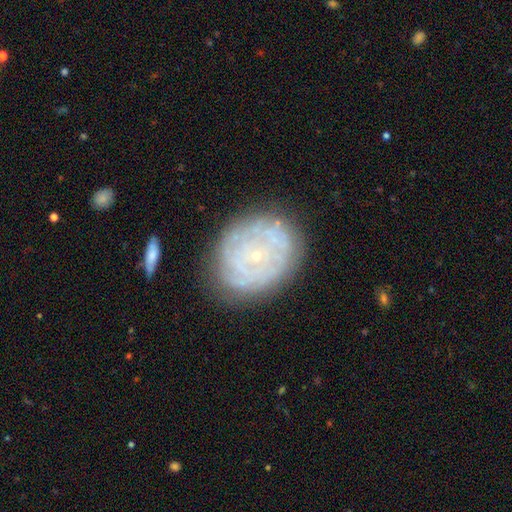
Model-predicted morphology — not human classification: type=featured or disk (74%); edge-on=no (97%); bar=no (85%); spiral arms=yes (78%); winding=tight (82%); arm count=can't tell (52%); bulge=small (87%); merging=none (74%).